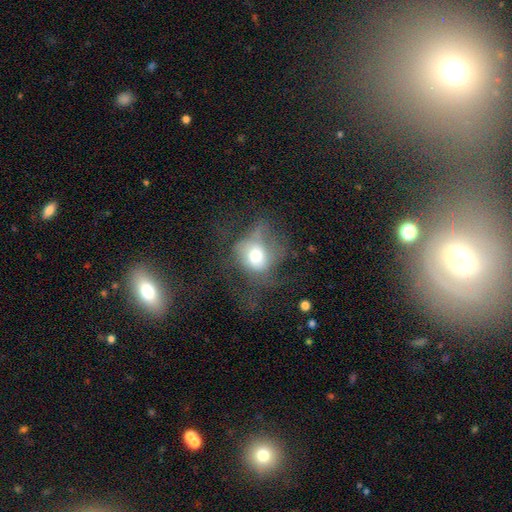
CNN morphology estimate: Overall: smooth (56%; featured or disk 32%). How rounded: round (64%; in between 35%). Merging: major disturbance (46%; none 30%).